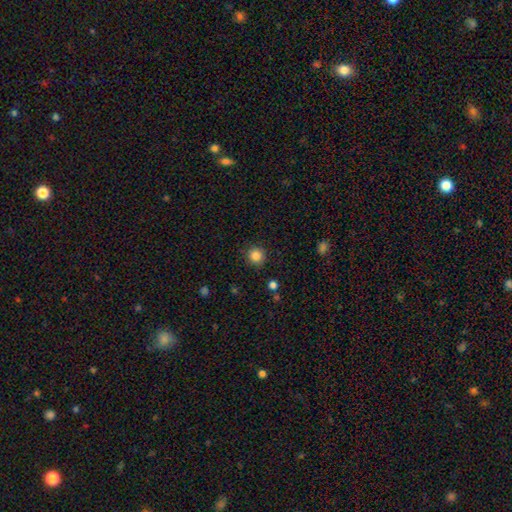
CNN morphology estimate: Smooth or featured?
  - smooth: 85% *
  - star or artifact: 11%
  - featured or disk: 4%
How rounded?
  - round: 94% *
  - in between: 5%
  - cigar-shaped: 1%
Merging?
  - none: 89% *
  - minor disturbance: 7%
  - major disturbance: 2%
  - merger: 2%